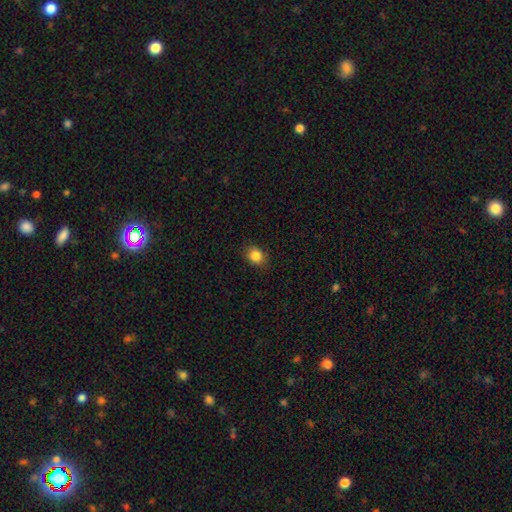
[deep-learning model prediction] Smooth or featured?
  - smooth: 85% *
  - star or artifact: 10%
  - featured or disk: 5%
How rounded?
  - round: 54% *
  - in between: 45%
  - cigar-shaped: 1%
Merging?
  - none: 85% *
  - minor disturbance: 11%
  - major disturbance: 3%
  - merger: 1%